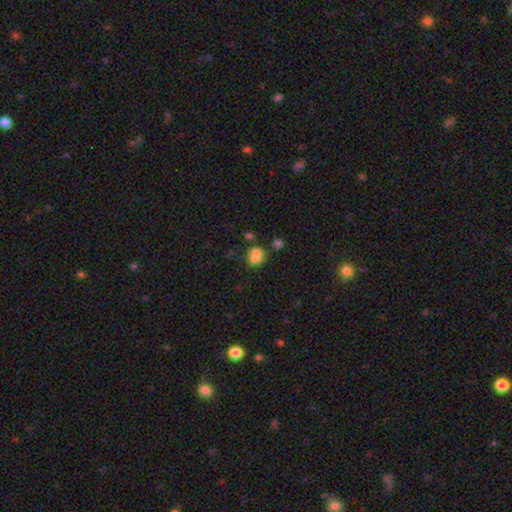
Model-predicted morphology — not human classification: Q: Smooth or featured?
A: smooth (70%); runner-up: featured or disk (18%)
Q: How rounded?
A: round (71%); runner-up: in between (28%)
Q: Merging?
A: merger (56%); runner-up: none (32%)